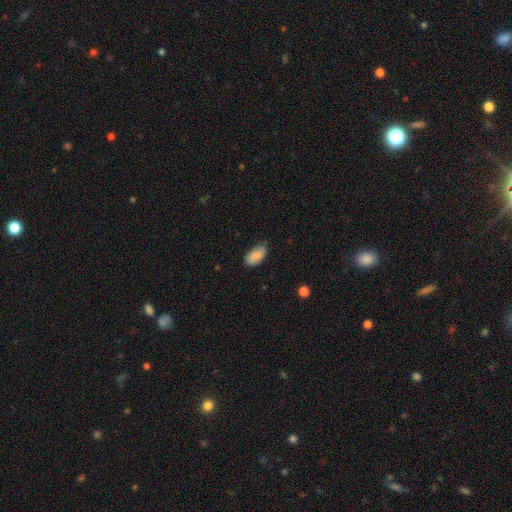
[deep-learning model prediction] Smooth or featured? Predicted: smooth (p=0.77). How rounded? Predicted: in between (p=0.94). Merging? Predicted: none (p=0.71).